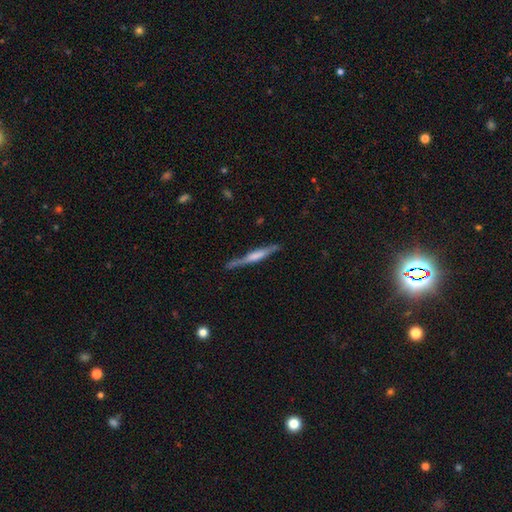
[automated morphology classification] Smooth or featured? featured or disk (59%)
Edge-on disk? yes (95%)
Edge-on bulge? boxy (46%)
Merging? none (74%)